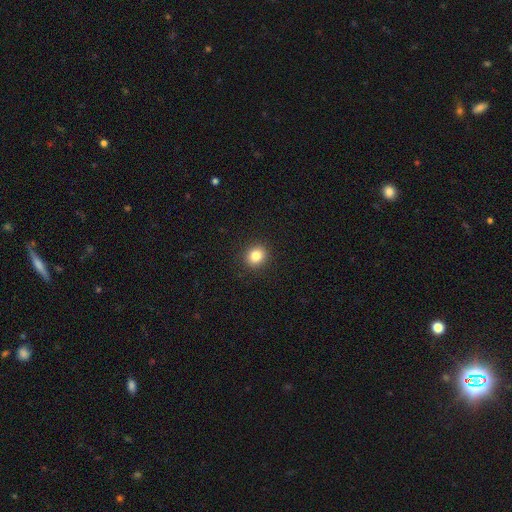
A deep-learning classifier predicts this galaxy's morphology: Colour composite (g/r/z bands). It shows a smooth galaxy with no disk features (83%) that is round (80%). Merging: none (91%).